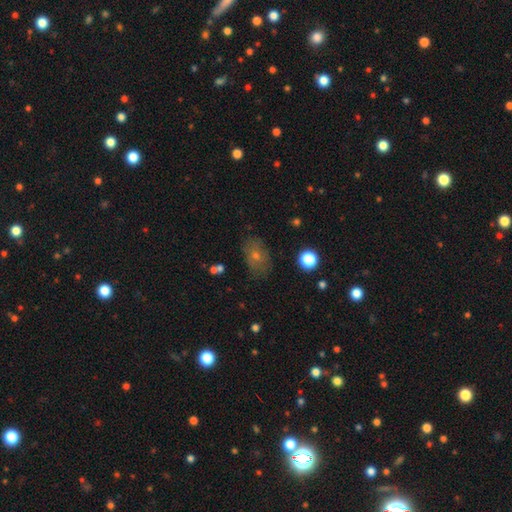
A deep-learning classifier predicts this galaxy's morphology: Q: Smooth or featured?
A: smooth (54%); runner-up: featured or disk (26%)
Q: How rounded?
A: in between (75%); runner-up: round (23%)
Q: Merging?
A: none (78%); runner-up: minor disturbance (15%)